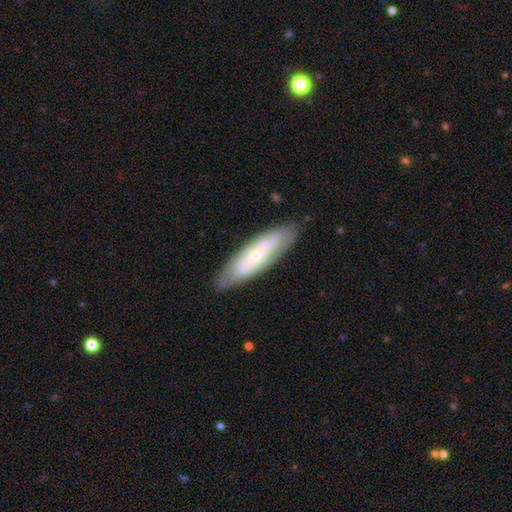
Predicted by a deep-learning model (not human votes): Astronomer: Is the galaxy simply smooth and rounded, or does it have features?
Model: featured or disk — 58% (runner-up: smooth, 36%).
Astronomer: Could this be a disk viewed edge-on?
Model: no — 72%.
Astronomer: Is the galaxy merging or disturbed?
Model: none — 83%.